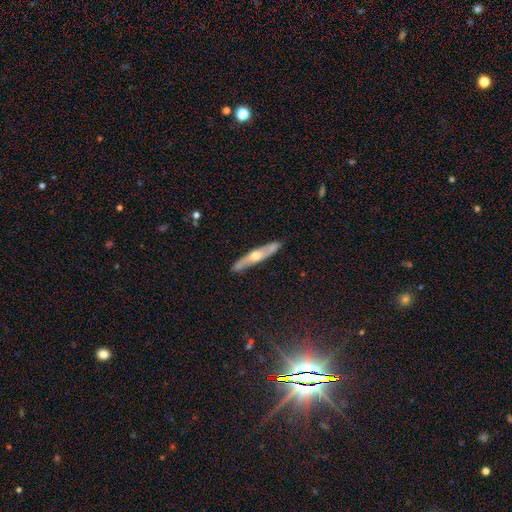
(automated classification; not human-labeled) Q: Smooth or featured?
A: featured or disk (64%); runner-up: smooth (30%)
Q: Edge-on disk?
A: yes (80%); runner-up: no (20%)
Q: Edge-on bulge?
A: rounded (87%); runner-up: none (10%)
Q: Merging?
A: none (86%); runner-up: minor disturbance (11%)